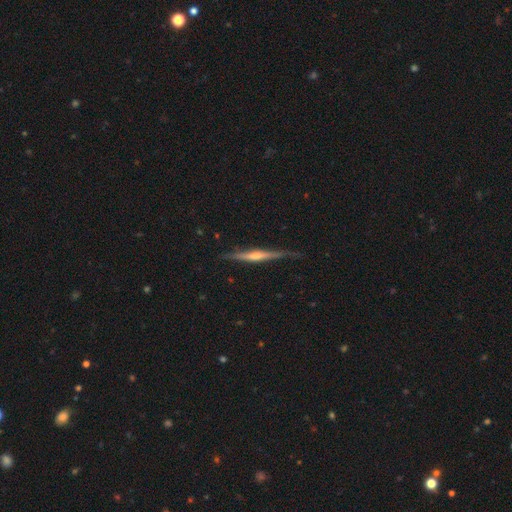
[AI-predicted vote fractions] The model was most divided on "edge-on bulge": rounded: 62%, none: 23%, boxy: 15%. More confident: edge-on disk — yes (97%); merging — none (79%); smooth or featured — featured or disk (72%).